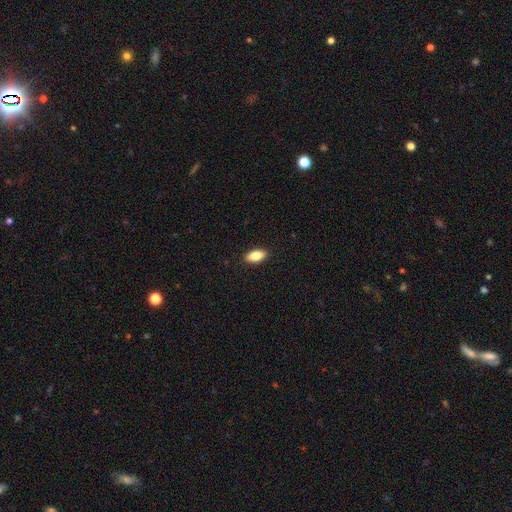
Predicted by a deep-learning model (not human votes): A smooth galaxy with no disk features (81%) that is in between round and cigar-shaped (89%). Merging: none (91%).